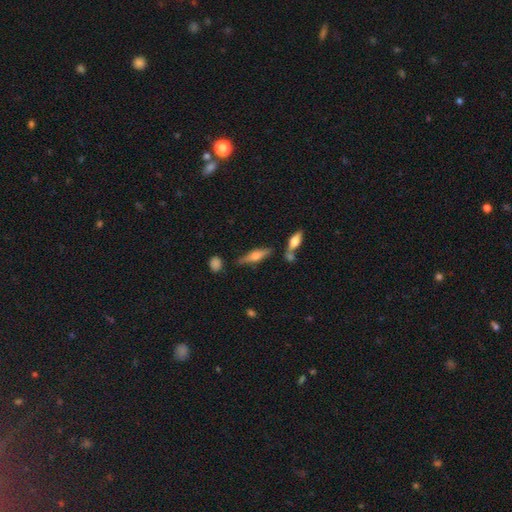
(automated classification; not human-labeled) Smooth or featured? featured or disk (62%)
Edge-on disk? yes (95%)
Edge-on bulge? rounded (88%)
Merging? none (76%)